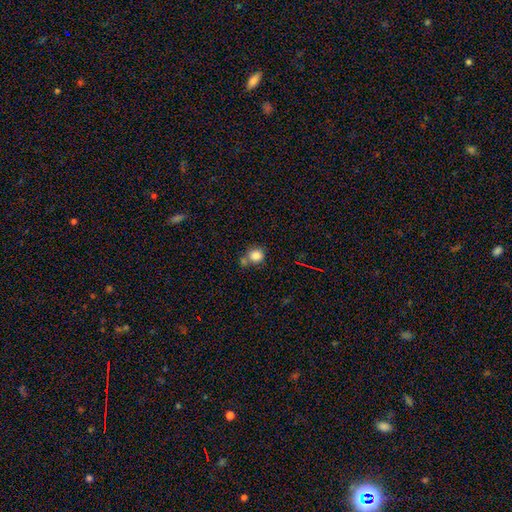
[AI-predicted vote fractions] Smooth or featured: smooth — 83% (star or artifact — 11%)
How rounded: round — 86% (in between — 13%)
Merging: none — 58% (merger — 25%)